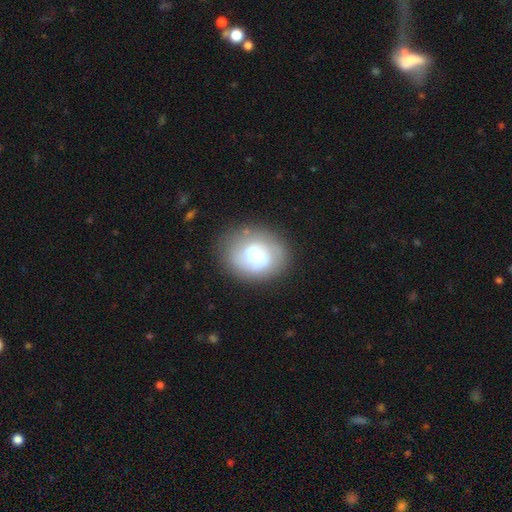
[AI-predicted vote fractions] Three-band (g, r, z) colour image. It shows a smooth galaxy with no disk features (58%) that is round (63%). Merging: none (66%).